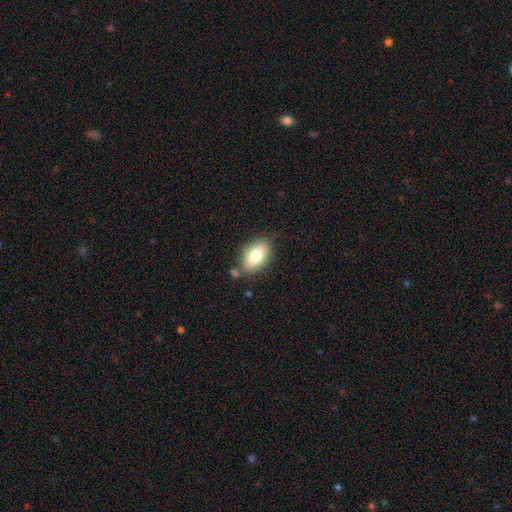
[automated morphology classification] Smooth or featured?
  - smooth: 78% *
  - featured or disk: 14%
  - star or artifact: 7%
How rounded?
  - in between: 90% *
  - round: 7%
  - cigar-shaped: 3%
Merging?
  - none: 75% *
  - minor disturbance: 15%
  - merger: 6%
  - major disturbance: 4%